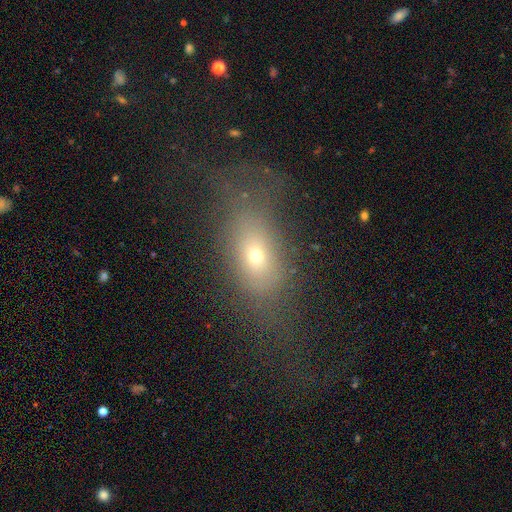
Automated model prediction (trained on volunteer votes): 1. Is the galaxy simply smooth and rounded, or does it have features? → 64% smooth, 19% featured or disk, 17% star or artifact.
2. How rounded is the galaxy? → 70% in between, 25% round, 5% cigar-shaped.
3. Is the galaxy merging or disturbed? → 50% none, 26% major disturbance, 18% minor disturbance, 6% merger.